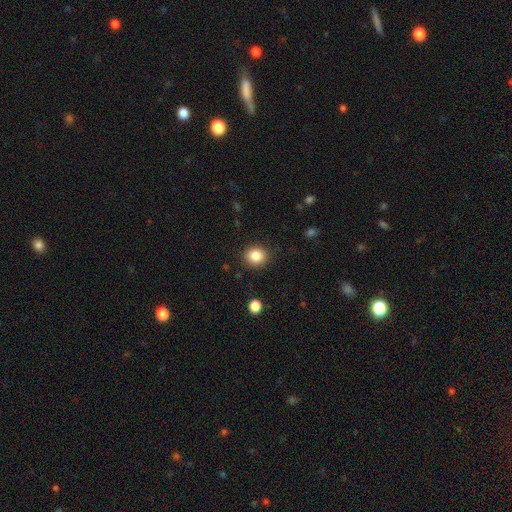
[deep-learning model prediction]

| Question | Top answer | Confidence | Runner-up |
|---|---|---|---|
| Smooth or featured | smooth | 85% | star or artifact (10%) |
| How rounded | round | 81% | in between (18%) |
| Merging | none | 89% | minor disturbance (7%) |